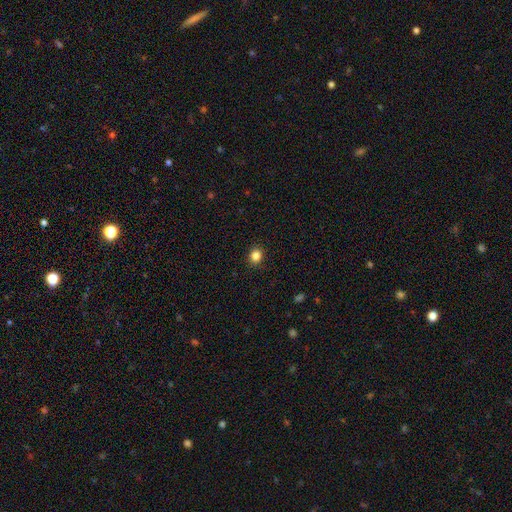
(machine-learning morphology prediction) Smooth or featured? smooth (84%)
How rounded? round (75%)
Merging? none (91%)